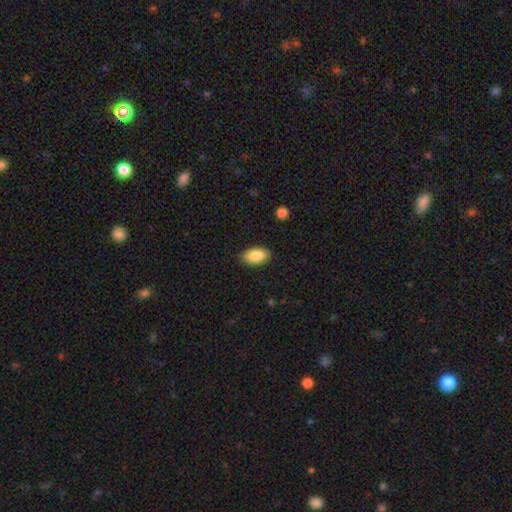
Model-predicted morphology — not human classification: type=smooth (87%); roundness=in between (94%); merging=none (88%).